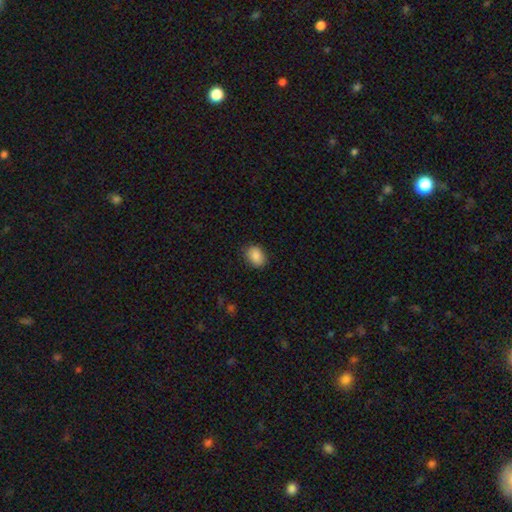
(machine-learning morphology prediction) The model was most divided on "how rounded": in between: 72%, round: 27%, cigar-shaped: 1%. More confident: smooth or featured — smooth (88%); merging — none (85%).